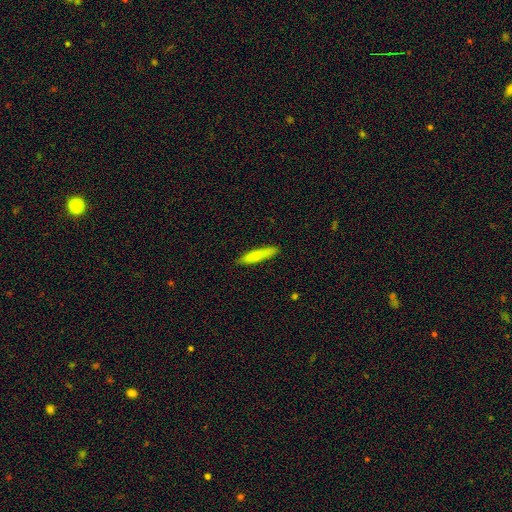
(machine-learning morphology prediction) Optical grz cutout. It shows a smooth galaxy with no disk features (80%) that is cigar-shaped (87%). Merging: none (85%).